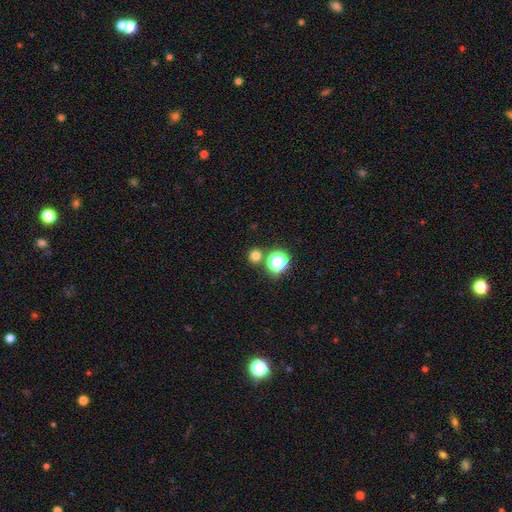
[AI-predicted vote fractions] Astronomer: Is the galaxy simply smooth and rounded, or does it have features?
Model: smooth — 74%.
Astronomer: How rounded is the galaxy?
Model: round — 91%.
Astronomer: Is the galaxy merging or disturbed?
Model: none — 77%.